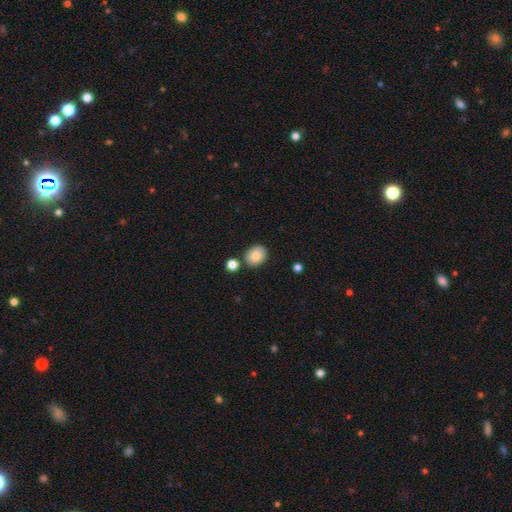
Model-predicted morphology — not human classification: This is clearly a smooth galaxy (84%). How rounded: possibly round (58%). Merging: likely none (79%).